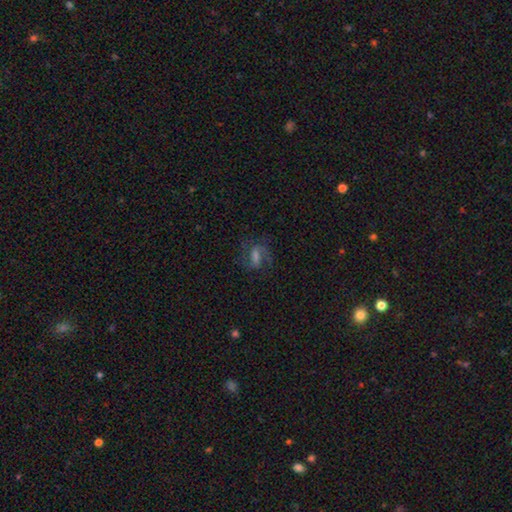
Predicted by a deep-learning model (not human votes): A featured or disk galaxy (58%) with a weak bar (42%), spiral arms (88%) and no central bulge (30%).

Vote fractions:
- Smooth or featured? featured or disk: 58% / smooth: 28% / star or artifact: 13%
- Edge-on disk? no: 94% / yes: 6%
- Bar? weak: 42% / strong: 37% / no: 21%
- Spiral arms? yes: 88% / no: 12%
- Bulge size? none: 30% / moderate: 27% / small: 23% / large: 17% / dominant: 3%
- Merging? none: 65% / minor disturbance: 17% / major disturbance: 17% / merger: 2%